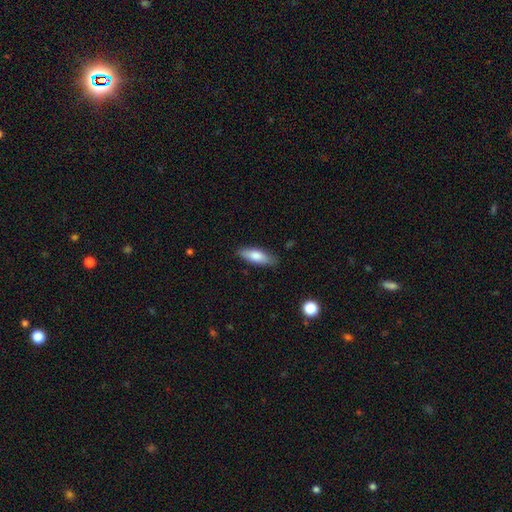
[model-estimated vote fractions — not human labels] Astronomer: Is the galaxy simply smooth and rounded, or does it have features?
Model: smooth — 78%.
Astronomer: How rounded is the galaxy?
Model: in between — 58% (runner-up: cigar-shaped, 40%).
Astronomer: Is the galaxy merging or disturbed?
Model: none — 85%.